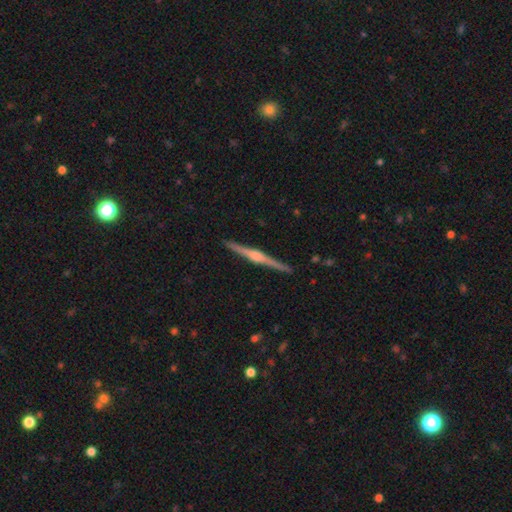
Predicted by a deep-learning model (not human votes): This is clearly a featured or disk galaxy (83%). It is clearly viewed edge-on (99%). Edge-on bulge: clearly rounded (87%). Merging: clearly none (93%).